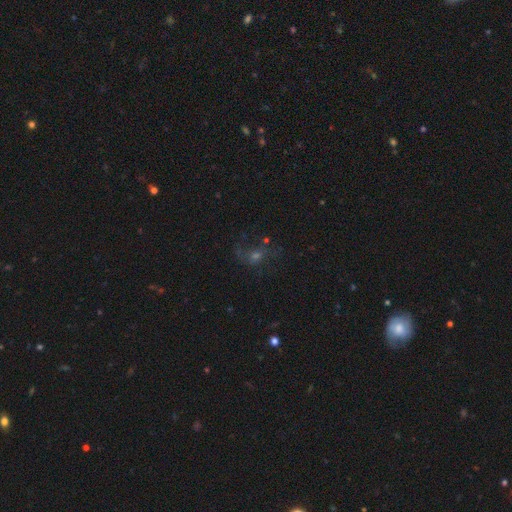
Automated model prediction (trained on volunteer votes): Q: Smooth or featured?
A: featured or disk (40%); runner-up: star or artifact (33%)
Q: Merging?
A: none (52%); runner-up: major disturbance (26%)